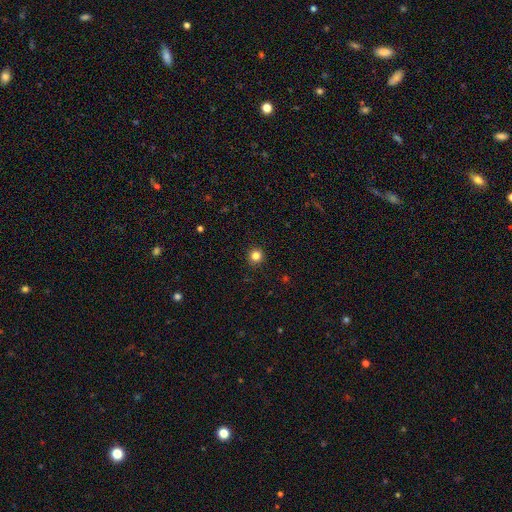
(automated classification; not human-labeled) Morphology: type=smooth (82%); roundness=round (94%); merging=none (92%).